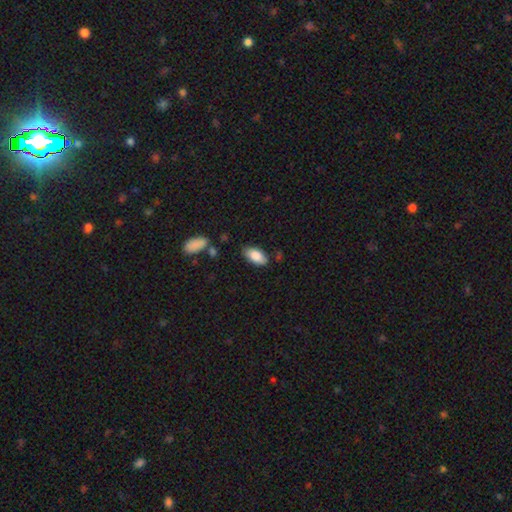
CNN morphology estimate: Smooth or featured: smooth — 85% (featured or disk — 8%)
How rounded: in between — 92% (cigar-shaped — 5%)
Merging: none — 77% (minor disturbance — 17%)